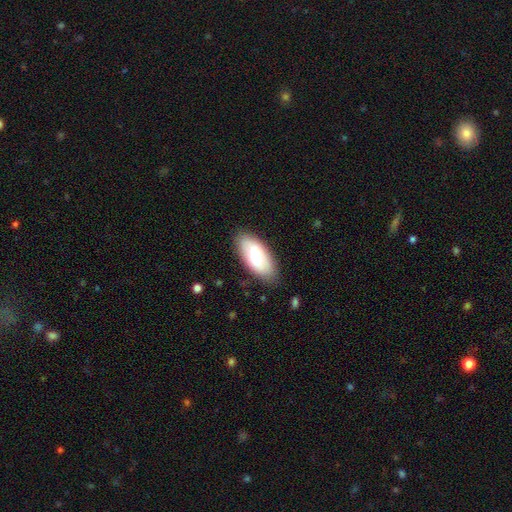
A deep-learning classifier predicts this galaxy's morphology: A smooth galaxy with no disk features (68%) that is in between round and cigar-shaped (90%). Merging: none (83%).